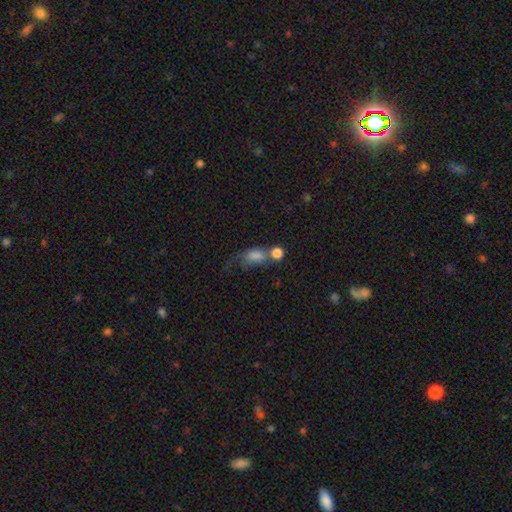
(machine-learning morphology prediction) This is likely a smooth galaxy (71%). How rounded: likely in between (73%). Merging: marginally merger (34%).